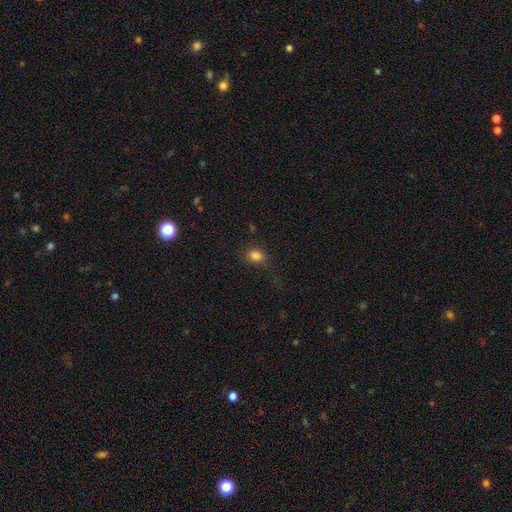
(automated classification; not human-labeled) Q: Smooth or featured?
A: smooth (83%); runner-up: star or artifact (12%)
Q: How rounded?
A: round (58%); runner-up: in between (41%)
Q: Merging?
A: none (79%); runner-up: minor disturbance (14%)